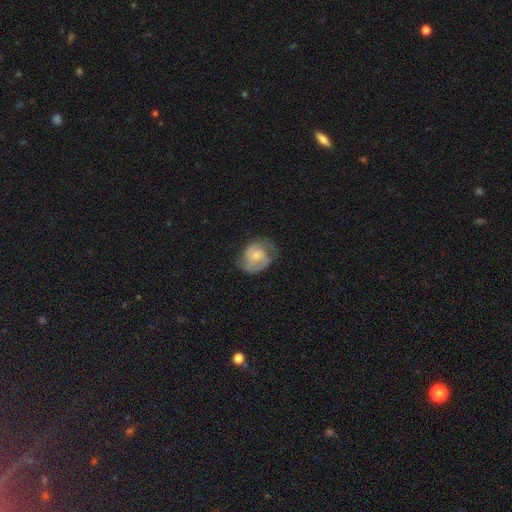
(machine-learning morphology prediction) Smooth or featured? Predicted: featured or disk (p=0.70). Edge-on disk? Predicted: no (p=0.98). Bar? Predicted: no (p=0.58). Spiral arms? Predicted: yes (p=0.91). Spiral winding? Predicted: medium (p=0.47). Spiral arm count? Predicted: 2 (p=0.76). Bulge size? Predicted: small (p=0.51). Merging? Predicted: none (p=0.65).